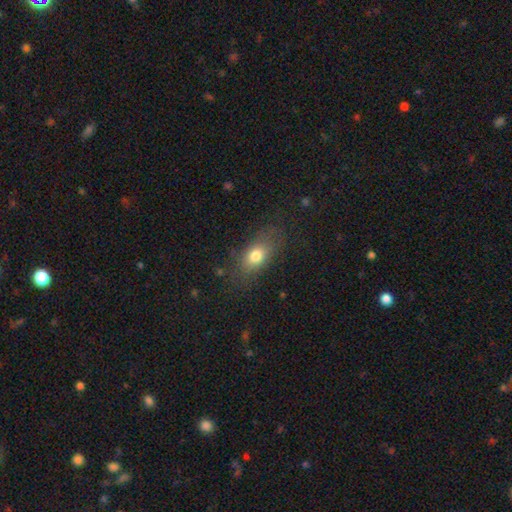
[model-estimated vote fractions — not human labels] This is likely a smooth galaxy (76%). How rounded: likely in between (78%). Merging: likely none (73%).